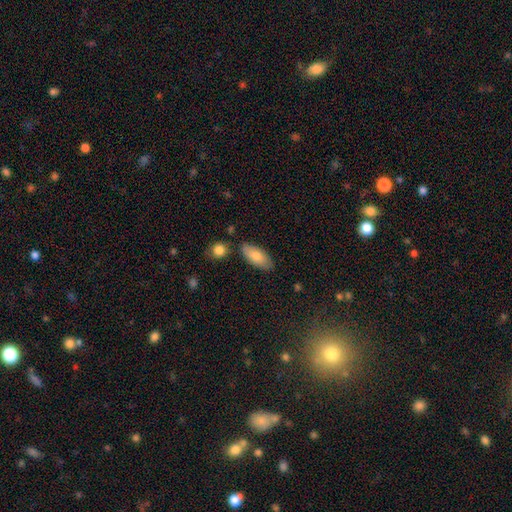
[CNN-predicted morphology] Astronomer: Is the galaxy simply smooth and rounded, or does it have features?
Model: smooth — 78%.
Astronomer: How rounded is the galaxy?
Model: in between — 88%.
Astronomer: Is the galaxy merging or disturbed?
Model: none — 81%.